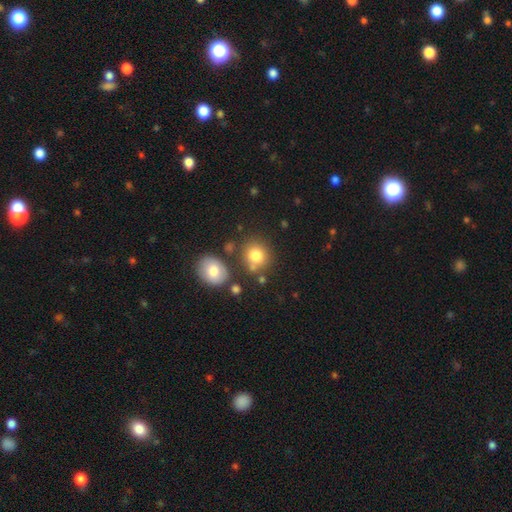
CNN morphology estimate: Smooth or featured?
  - smooth: 80% *
  - star or artifact: 11%
  - featured or disk: 9%
How rounded?
  - round: 77% *
  - in between: 22%
  - cigar-shaped: 1%
Merging?
  - none: 70% *
  - minor disturbance: 14%
  - merger: 12%
  - major disturbance: 5%